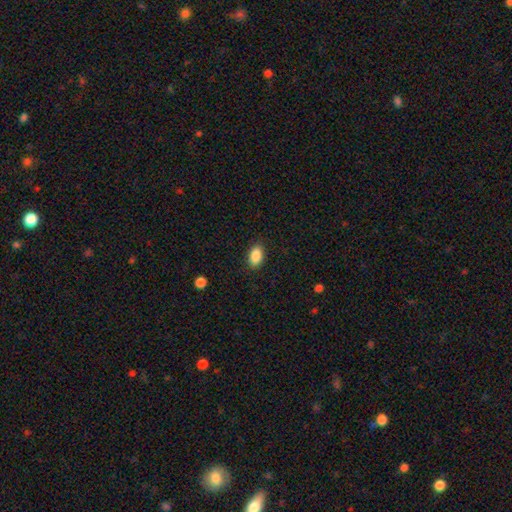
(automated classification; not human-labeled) smooth 89%, star or artifact 7%, featured or disk 4%. Down the decision tree: how rounded — in between (91%); merging — none (88%).